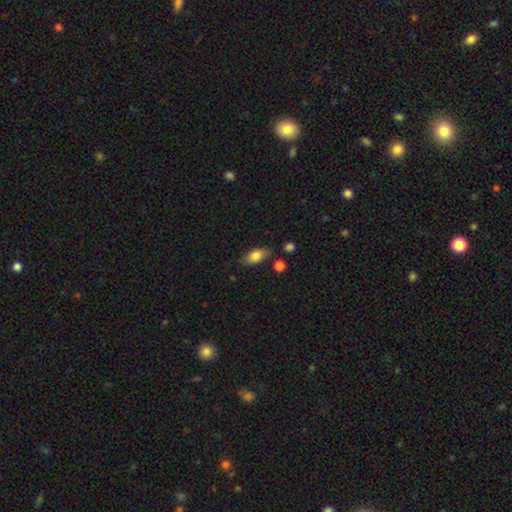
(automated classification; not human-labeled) Smooth or featured?
  - smooth: 79% *
  - featured or disk: 13%
  - star or artifact: 8%
How rounded?
  - in between: 88% *
  - round: 7%
  - cigar-shaped: 6%
Merging?
  - none: 70% *
  - minor disturbance: 20%
  - merger: 5%
  - major disturbance: 5%